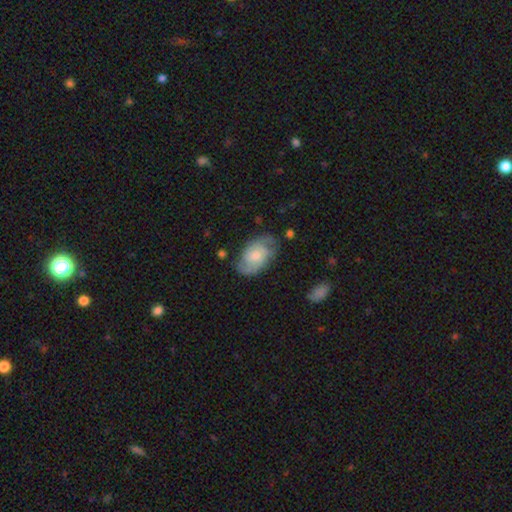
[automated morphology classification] A featured or disk galaxy (60%) with no bar (66%), spiral arms (87%) and a moderate central bulge (43%). Merging: none (68%).